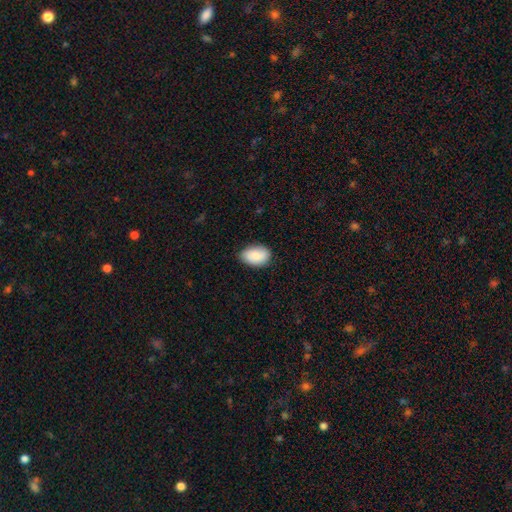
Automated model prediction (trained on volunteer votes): Smooth or featured?
  - smooth: 84% *
  - featured or disk: 10%
  - star or artifact: 6%
How rounded?
  - in between: 87% *
  - round: 12%
  - cigar-shaped: 1%
Merging?
  - none: 81% *
  - minor disturbance: 15%
  - major disturbance: 3%
  - merger: 1%